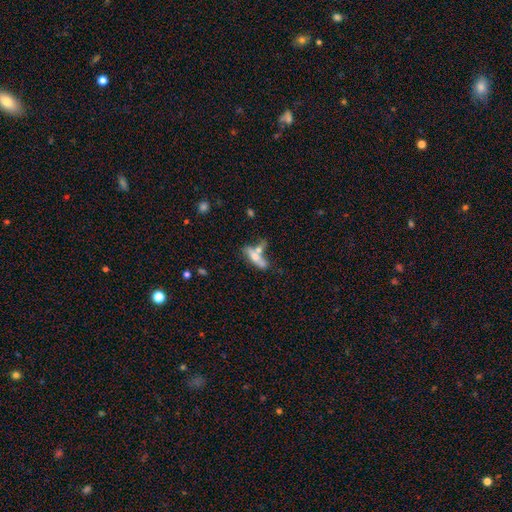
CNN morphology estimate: Smooth or featured?
  - smooth: 55% *
  - featured or disk: 37%
  - star or artifact: 8%
How rounded?
  - cigar-shaped: 54% *
  - in between: 43%
  - round: 4%
Merging?
  - merger: 45% *
  - none: 34%
  - minor disturbance: 13%
  - major disturbance: 8%